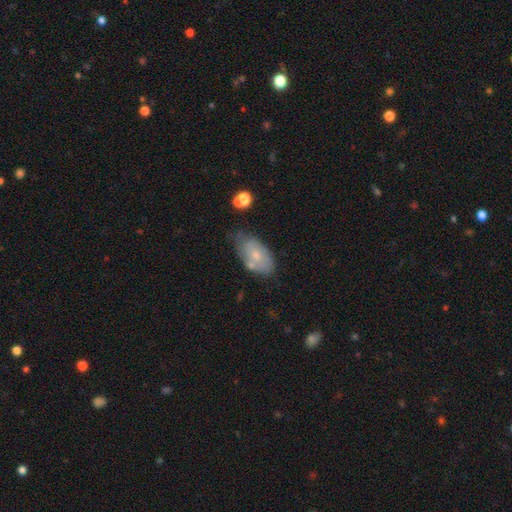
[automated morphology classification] smooth-or-featured: smooth: 53% | featured or disk: 39% | star or artifact: 8%
  how-rounded: in between: 92% | round: 5% | cigar-shaped: 3%
  merging: none: 54% | minor disturbance: 28% | merger: 11% | major disturbance: 7%